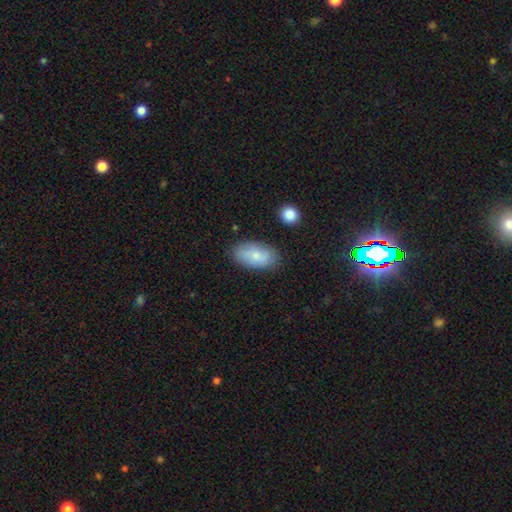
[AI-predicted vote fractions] Smooth or featured?
  - smooth: 76% *
  - featured or disk: 17%
  - star or artifact: 7%
How rounded?
  - in between: 93% *
  - round: 4%
  - cigar-shaped: 3%
Merging?
  - none: 80% *
  - minor disturbance: 15%
  - major disturbance: 3%
  - merger: 2%